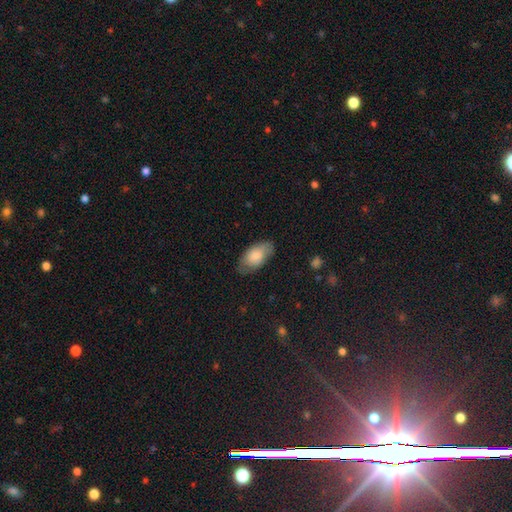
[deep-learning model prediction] Q: Smooth or featured?
A: smooth (78%); runner-up: featured or disk (16%)
Q: How rounded?
A: in between (94%); runner-up: round (3%)
Q: Merging?
A: none (74%); runner-up: minor disturbance (20%)